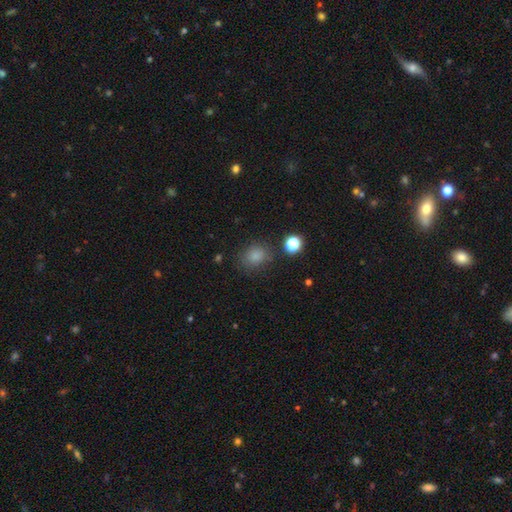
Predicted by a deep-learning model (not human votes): Q: Smooth or featured?
A: smooth (81%); runner-up: star or artifact (14%)
Q: How rounded?
A: round (54%); runner-up: in between (45%)
Q: Merging?
A: none (76%); runner-up: minor disturbance (15%)